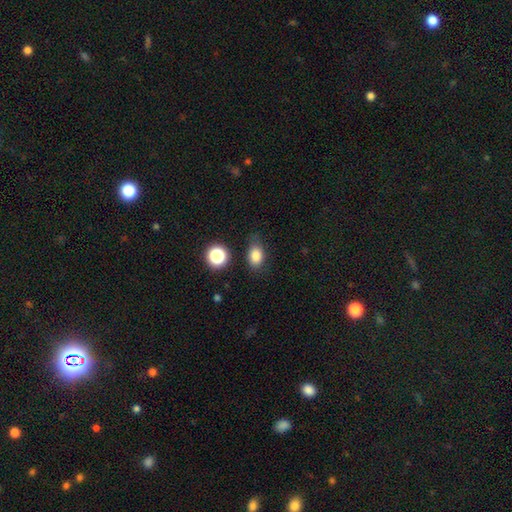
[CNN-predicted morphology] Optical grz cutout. It shows a smooth galaxy with no disk features (83%) that is in between round and cigar-shaped (77%). Merging: none (72%).